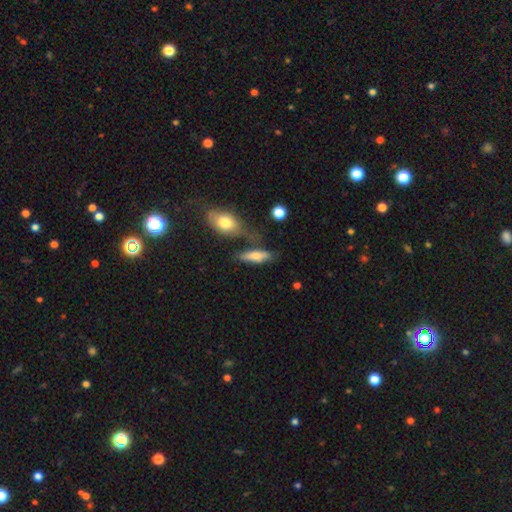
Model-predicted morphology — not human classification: Smooth or featured: smooth — 63% (featured or disk — 29%)
How rounded: in between — 55% (cigar-shaped — 41%)
Merging: none — 49% (merger — 22%)